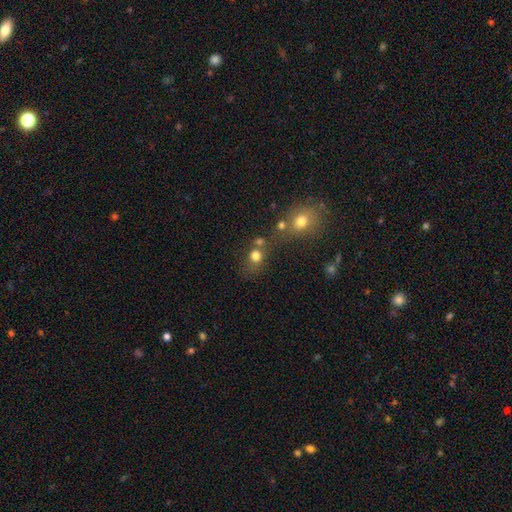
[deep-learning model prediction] Smooth or featured? smooth (76%)
How rounded? round (75%)
Merging? none (54%)